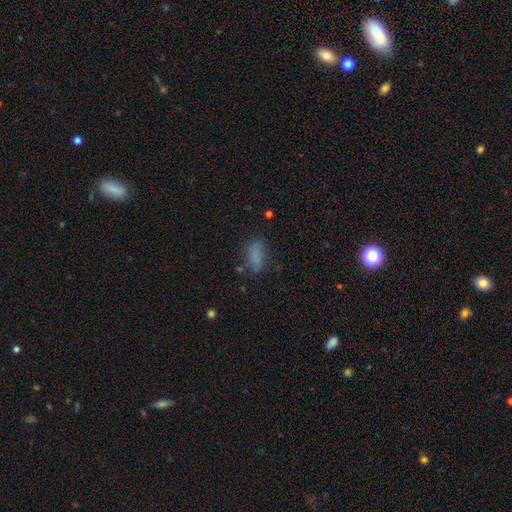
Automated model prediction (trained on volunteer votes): This appears to be a smooth galaxy with no disk features (78%) that is in between round and cigar-shaped (78%). Merging: none (66%).